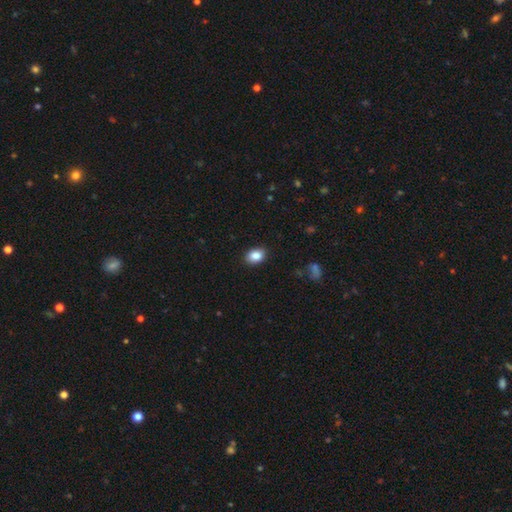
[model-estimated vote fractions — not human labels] Morphology: type=smooth (87%); roundness=in between (77%); merging=none (88%).